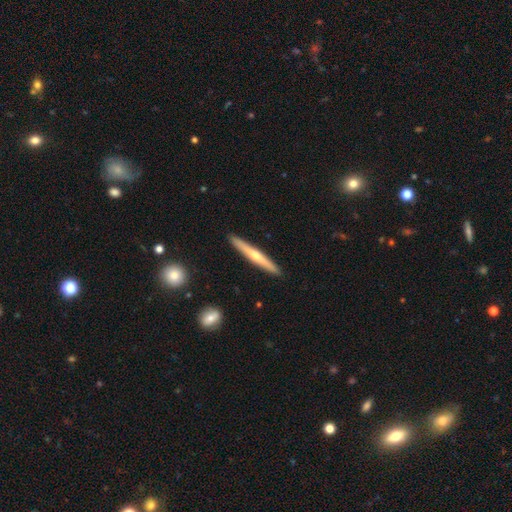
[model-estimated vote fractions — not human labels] featured or disk 60%, smooth 35%, star or artifact 5%. Down the decision tree: edge-on disk — yes (97%); edge-on bulge — rounded (80%); merging — none (92%).